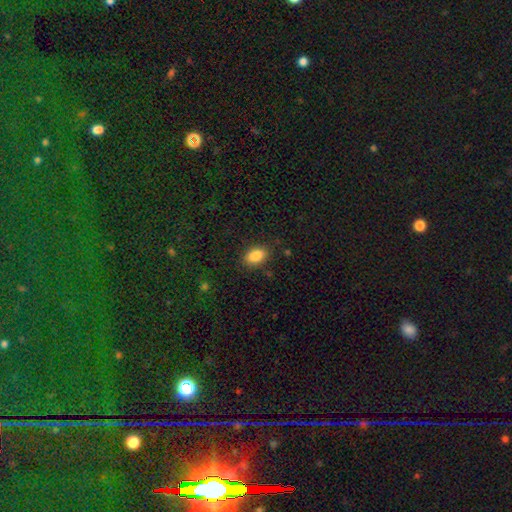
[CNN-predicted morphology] Smooth or featured? smooth (87%)
How rounded? in between (88%)
Merging? none (86%)